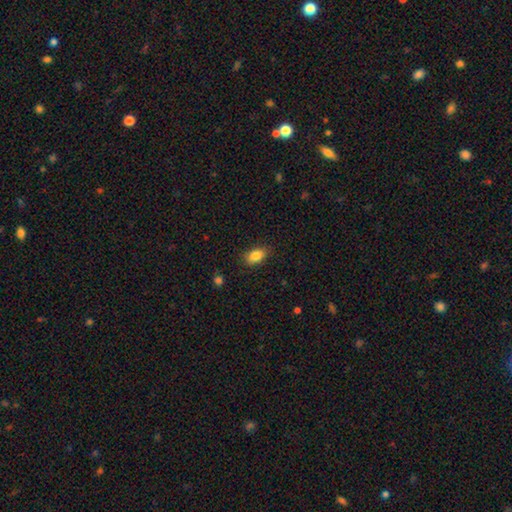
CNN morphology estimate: Overall: smooth (86%). How rounded: in between (89%). Merging: none (85%).